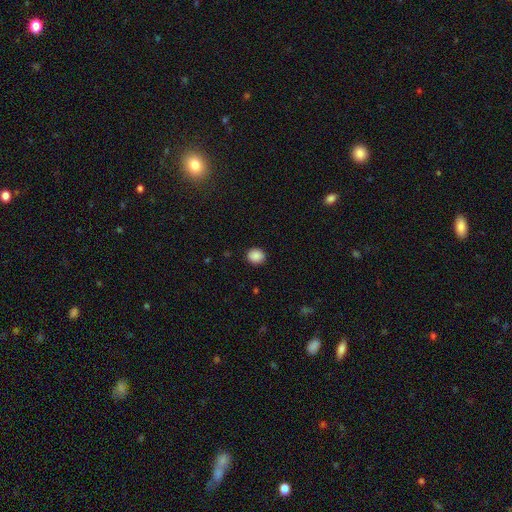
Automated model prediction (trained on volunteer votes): Overall: smooth (88%). How rounded: round (82%). Merging: none (90%).